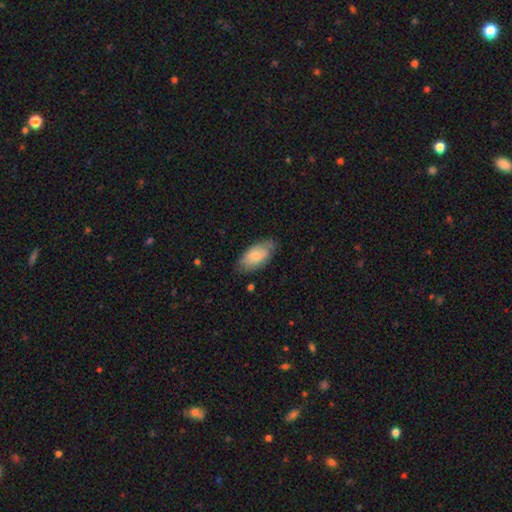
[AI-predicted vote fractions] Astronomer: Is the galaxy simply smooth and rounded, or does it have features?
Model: smooth — 66%.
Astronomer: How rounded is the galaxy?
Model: in between — 93%.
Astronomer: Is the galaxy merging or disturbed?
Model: none — 69%.